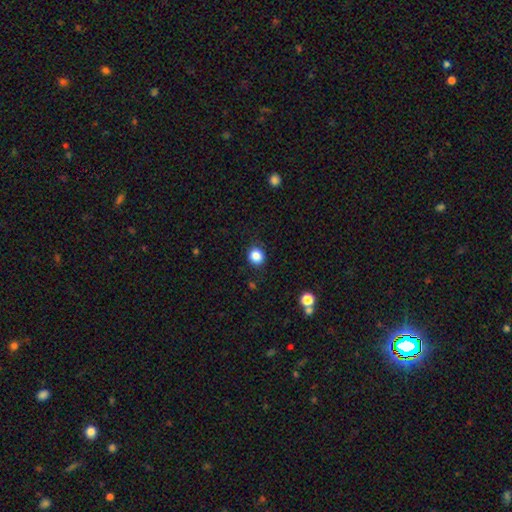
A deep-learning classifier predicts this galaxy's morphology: Smooth or featured?
  - smooth: 86% *
  - star or artifact: 11%
  - featured or disk: 4%
How rounded?
  - round: 83% *
  - in between: 16%
  - cigar-shaped: 1%
Merging?
  - none: 88% *
  - minor disturbance: 8%
  - major disturbance: 2%
  - merger: 1%